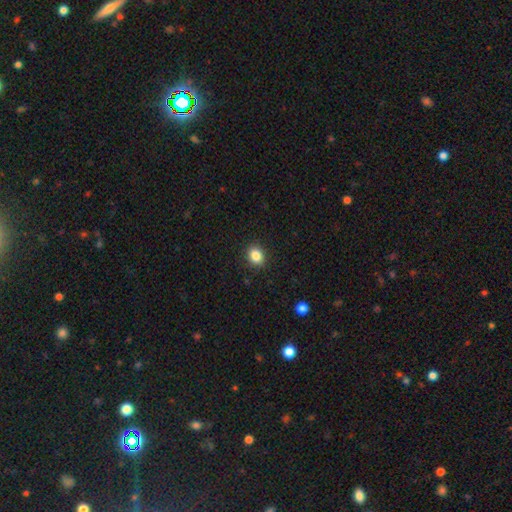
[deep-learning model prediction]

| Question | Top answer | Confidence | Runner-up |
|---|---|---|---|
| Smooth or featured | smooth | 86% | star or artifact (10%) |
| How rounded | round | 54% | in between (45%) |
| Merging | none | 90% | minor disturbance (7%) |